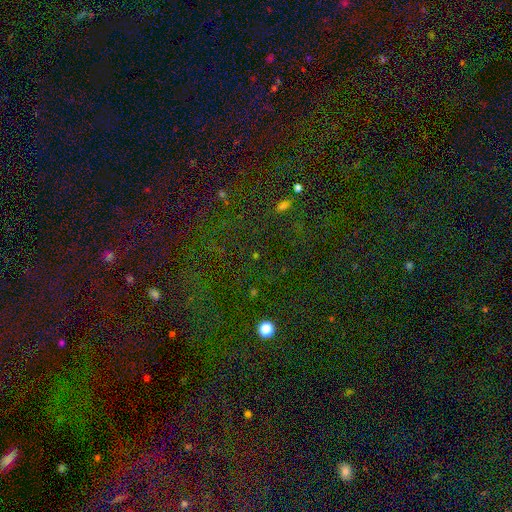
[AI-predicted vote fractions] Q: Smooth or featured?
A: star or artifact (68%); runner-up: smooth (23%)